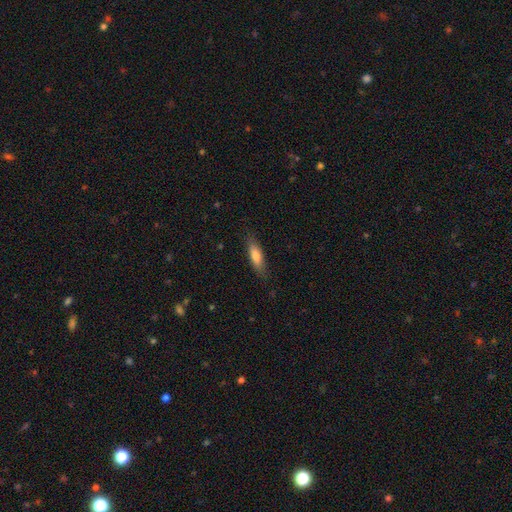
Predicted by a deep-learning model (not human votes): Smooth or featured?
  - smooth: 76% *
  - featured or disk: 18%
  - star or artifact: 6%
How rounded?
  - cigar-shaped: 58% *
  - in between: 40%
  - round: 2%
Merging?
  - none: 82% *
  - minor disturbance: 14%
  - major disturbance: 3%
  - merger: 1%